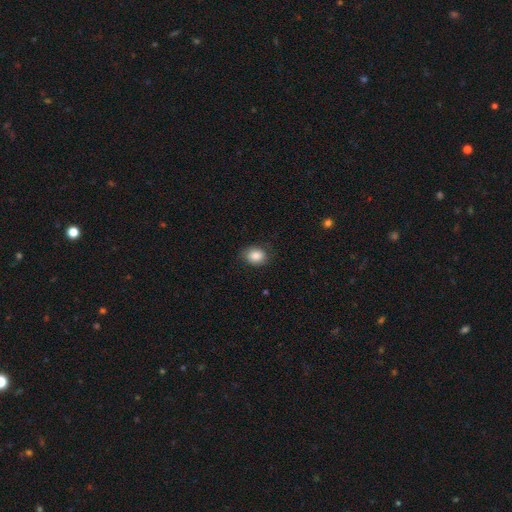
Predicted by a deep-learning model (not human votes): smooth-or-featured: smooth: 86% | star or artifact: 8% | featured or disk: 6%
  how-rounded: in between: 52% | round: 48% | cigar-shaped: 1%
  merging: none: 79% | minor disturbance: 17% | major disturbance: 4% | merger: 1%